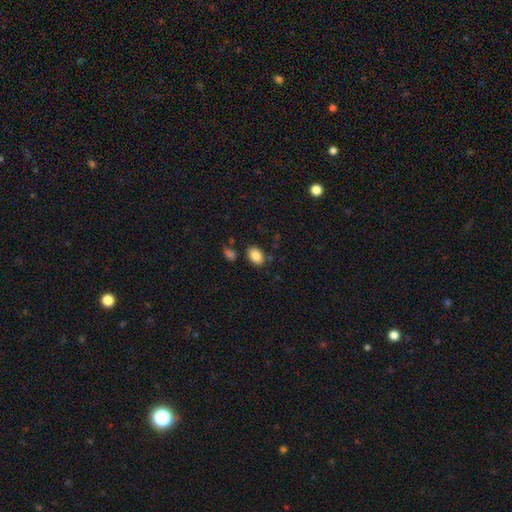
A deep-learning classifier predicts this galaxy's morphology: This is clearly a smooth galaxy (86%). How rounded: clearly in between (81%). Merging: clearly none (82%).